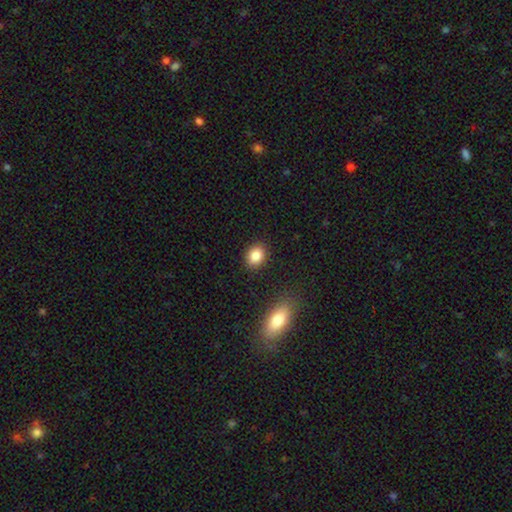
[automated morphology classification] Smooth or featured?
  - smooth: 85% *
  - star or artifact: 9%
  - featured or disk: 6%
How rounded?
  - in between: 54% *
  - round: 44%
  - cigar-shaped: 1%
Merging?
  - none: 88% *
  - minor disturbance: 8%
  - major disturbance: 2%
  - merger: 2%